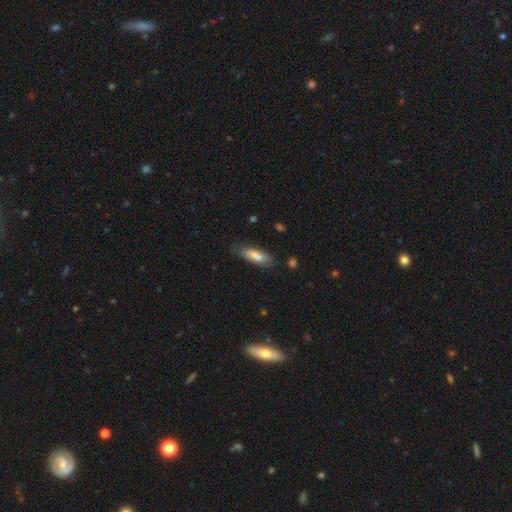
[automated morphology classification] Smooth or featured: smooth — 75% (featured or disk — 18%)
How rounded: cigar-shaped — 51% (in between — 47%)
Merging: none — 72% (minor disturbance — 19%)